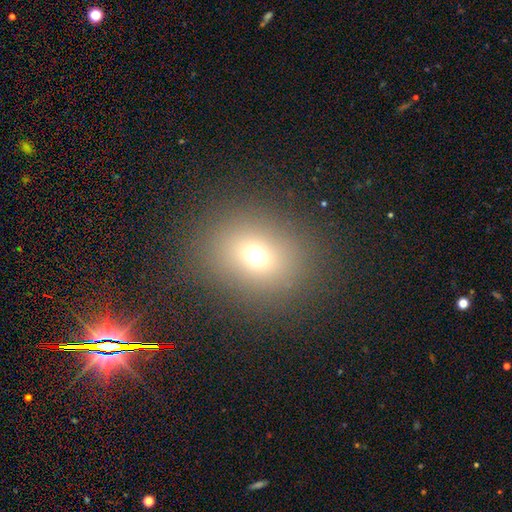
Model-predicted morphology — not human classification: A smooth galaxy with no disk features (68%) that is round (61%).

Vote fractions:
- Smooth or featured? smooth: 68% / star or artifact: 21% / featured or disk: 11%
- How rounded? round: 61% / in between: 38% / cigar-shaped: 1%
- Merging? none: 85% / minor disturbance: 8% / major disturbance: 5% / merger: 2%